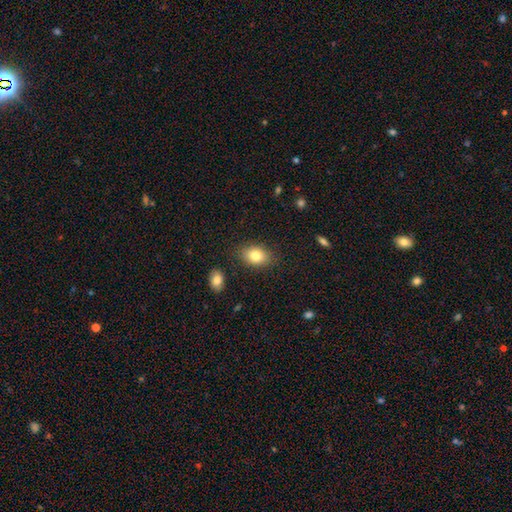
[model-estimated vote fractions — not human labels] A smooth galaxy with no disk features (82%) that is in between round and cigar-shaped (80%).

Vote fractions:
- Smooth or featured? smooth: 82% / featured or disk: 10% / star or artifact: 9%
- How rounded? in between: 80% / round: 19% / cigar-shaped: 1%
- Merging? none: 83% / minor disturbance: 12% / major disturbance: 3% / merger: 2%